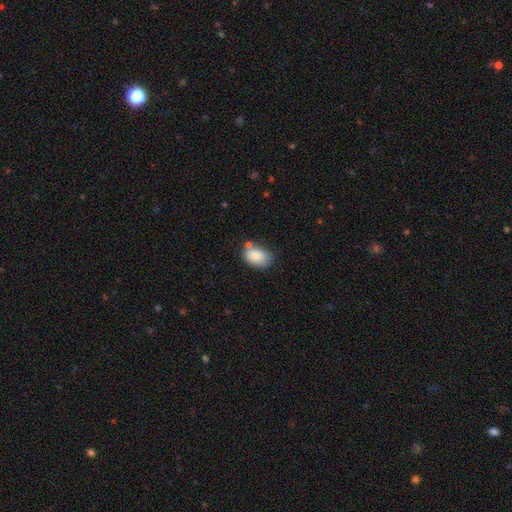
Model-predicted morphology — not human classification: smooth_or_featured: smooth (p=0.83) [alt: featured or disk p=0.10]
how_rounded: in between (p=0.85) [alt: round p=0.14]
merging: none (p=0.62) [alt: minor disturbance p=0.22]